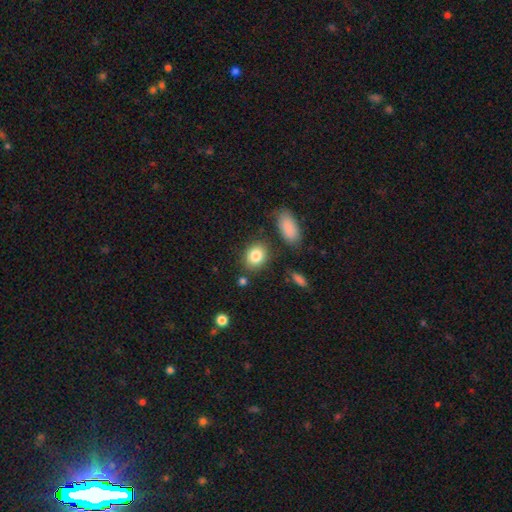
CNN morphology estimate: Smooth or featured? smooth (84%)
How rounded? in between (56%)
Merging? none (78%)